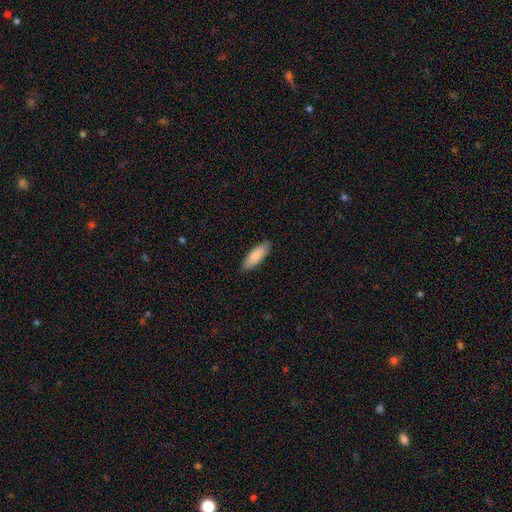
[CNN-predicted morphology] smooth_or_featured: smooth (p=0.85) [alt: featured or disk p=0.09]
how_rounded: in between (p=0.58) [alt: cigar-shaped p=0.40]
merging: none (p=0.88) [alt: minor disturbance p=0.09]